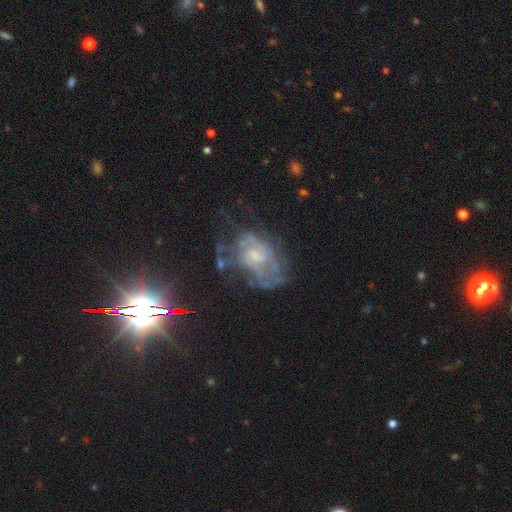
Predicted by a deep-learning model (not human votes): A featured or disk galaxy (70%) with no bar (64%), spiral arms (67%) and a small central bulge (46%).

Vote fractions:
- Smooth or featured? featured or disk: 70% / smooth: 15% / star or artifact: 15%
- Edge-on disk? no: 97% / yes: 3%
- Bar? no: 64% / weak: 31% / strong: 5%
- Spiral arms? yes: 67% / no: 33%
- Bulge size? small: 46% / moderate: 35% / none: 14% / large: 4% / dominant: 1%
- Merging? none: 48% / major disturbance: 26% / minor disturbance: 22% / merger: 4%